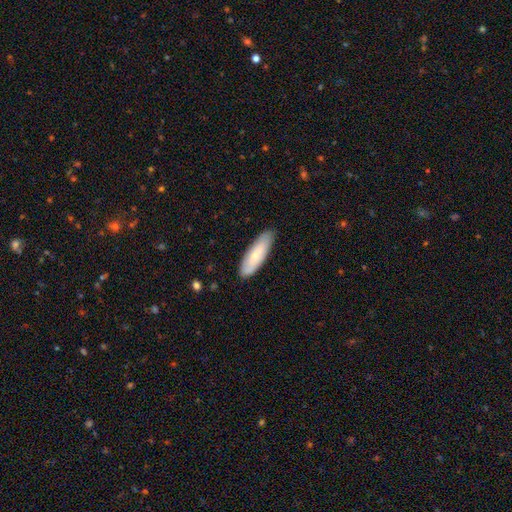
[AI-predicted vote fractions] Overall: smooth (69%). How rounded: cigar-shaped (52%; in between 46%). Merging: none (82%).